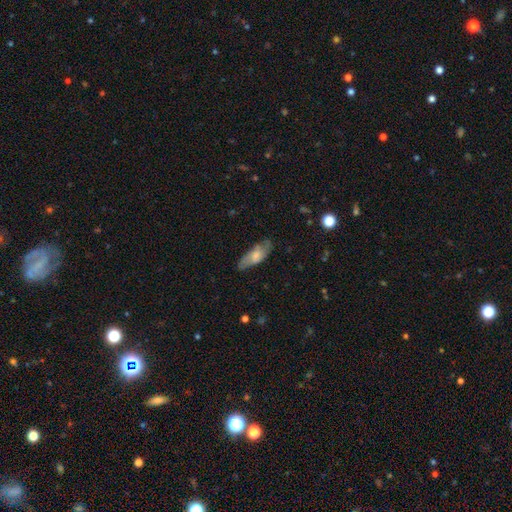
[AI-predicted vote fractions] smooth 61%, featured or disk 32%, star or artifact 6%. Down the decision tree: how rounded — in between (74%); merging — none (68%).